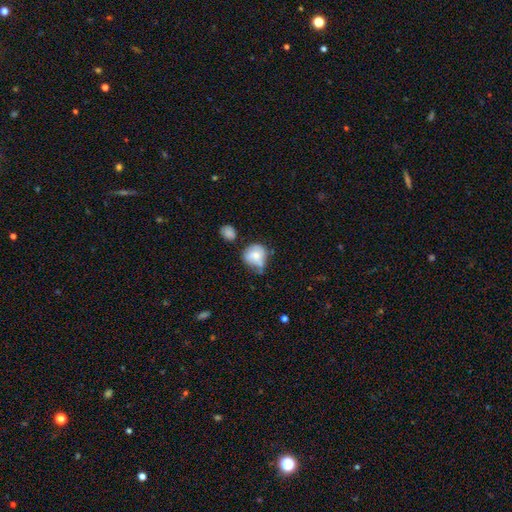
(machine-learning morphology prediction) Overall: smooth (65%; featured or disk 27%). How rounded: round (76%). Merging: none (41%; minor disturbance 34%).